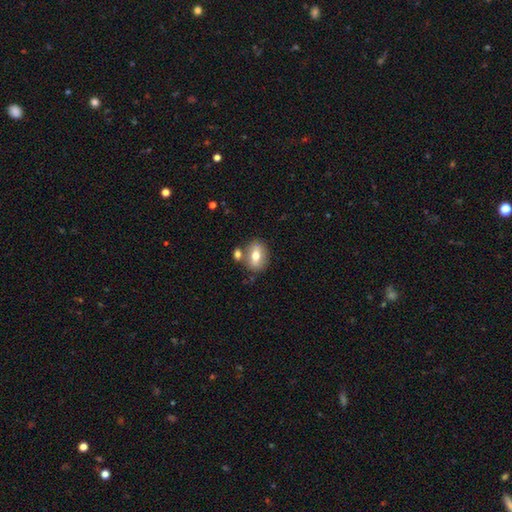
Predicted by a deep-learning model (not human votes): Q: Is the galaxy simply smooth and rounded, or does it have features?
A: smooth — 70%.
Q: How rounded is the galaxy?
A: in between — 74%.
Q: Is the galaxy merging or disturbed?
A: none — 67%.